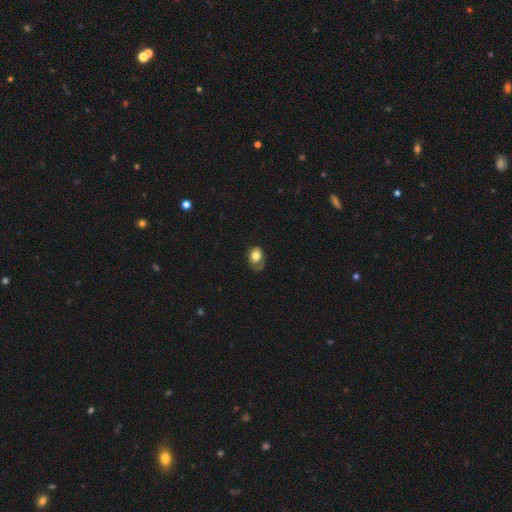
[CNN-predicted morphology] This appears to be a smooth galaxy with no disk features (72%) that is in between round and cigar-shaped (71%). Merging: none (48%).